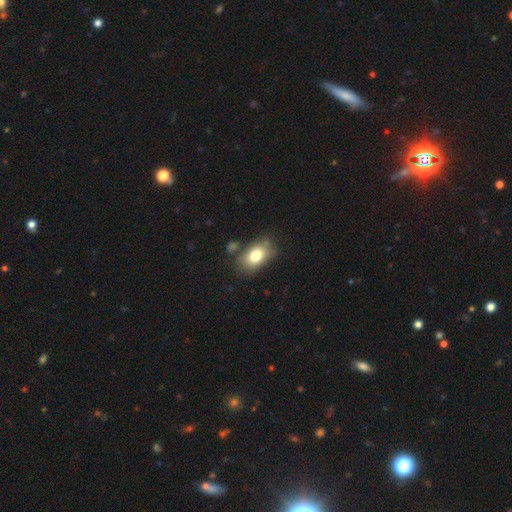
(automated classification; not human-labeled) Morphology: type=smooth (78%); roundness=in between (86%); merging=none (73%).